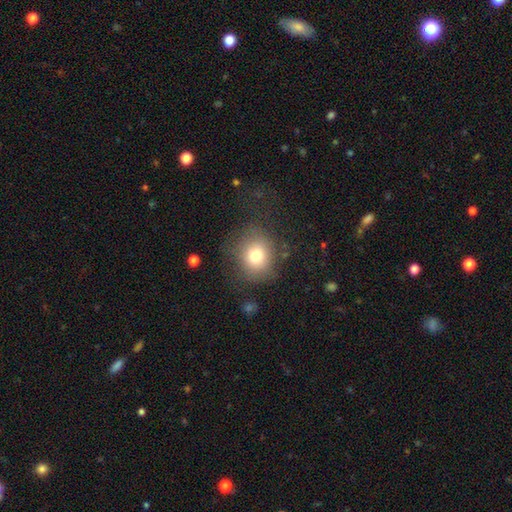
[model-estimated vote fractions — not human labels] smooth_or_featured: smooth (p=0.77) [alt: star or artifact p=0.12]
how_rounded: round (p=0.79) [alt: in between p=0.20]
merging: none (p=0.72) [alt: minor disturbance p=0.16]